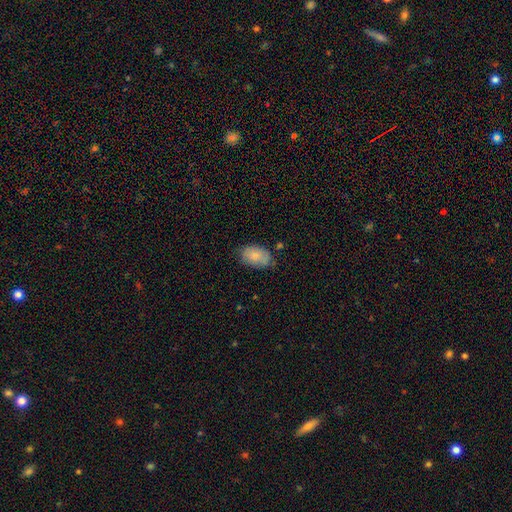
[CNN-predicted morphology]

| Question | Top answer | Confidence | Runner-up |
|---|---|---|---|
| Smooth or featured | smooth | 82% | featured or disk (11%) |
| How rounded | in between | 90% | round (8%) |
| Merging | none | 74% | minor disturbance (20%) |